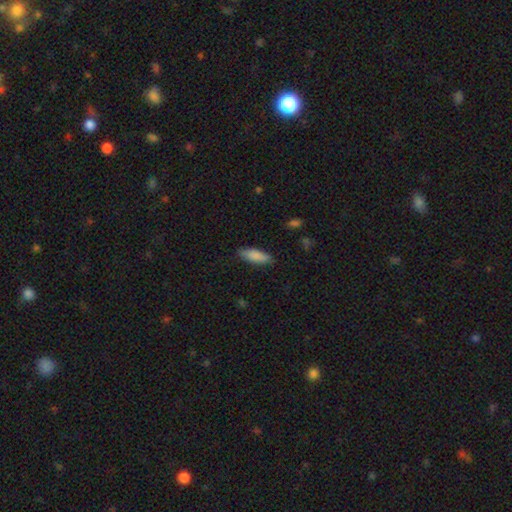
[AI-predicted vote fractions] A smooth galaxy with no disk features (86%) that is in between round and cigar-shaped (56%). Merging: none (85%).